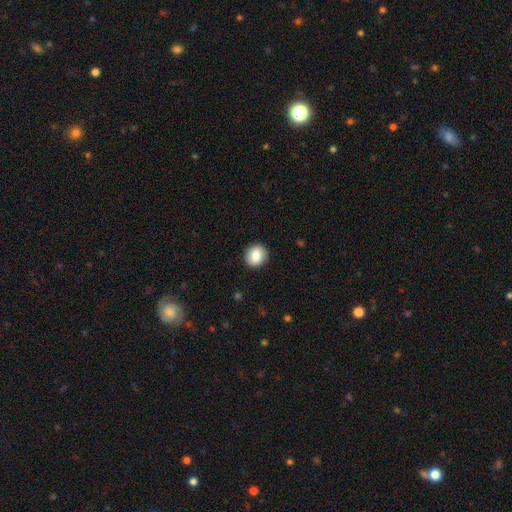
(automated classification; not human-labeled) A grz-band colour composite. It shows a smooth galaxy with no disk features (78%) that is round (83%). Merging: none (91%).